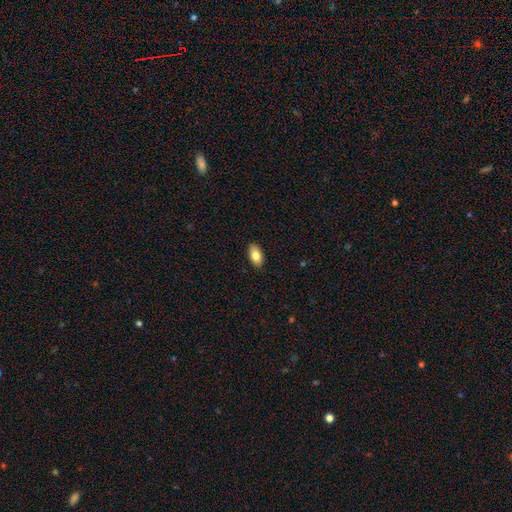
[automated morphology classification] Q: Smooth or featured?
A: smooth (82%); runner-up: featured or disk (11%)
Q: How rounded?
A: in between (93%); runner-up: round (4%)
Q: Merging?
A: none (90%); runner-up: minor disturbance (8%)